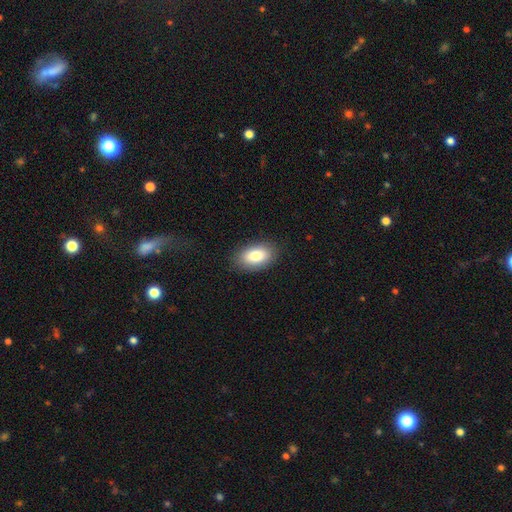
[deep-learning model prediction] Morphology: type=smooth (82%); roundness=in between (92%); merging=none (86%).